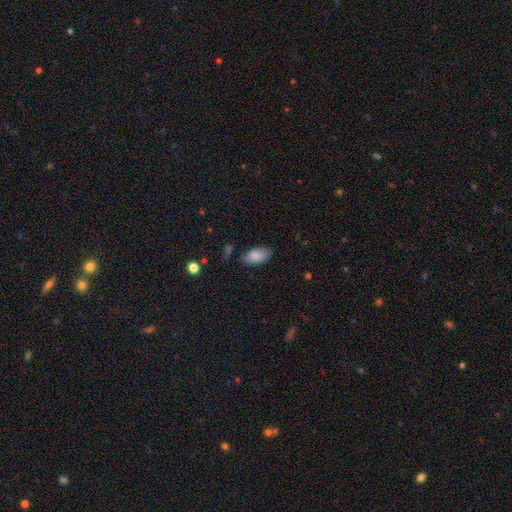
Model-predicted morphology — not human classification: Overall: smooth (85%). How rounded: in between (94%). Merging: none (74%).